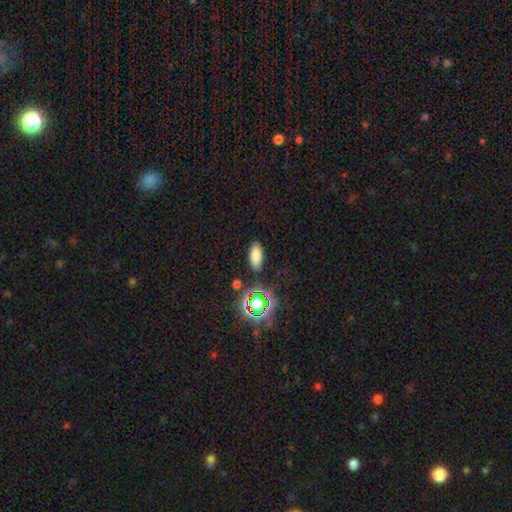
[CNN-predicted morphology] type=smooth (74%); roundness=in between (88%); merging=none (85%).